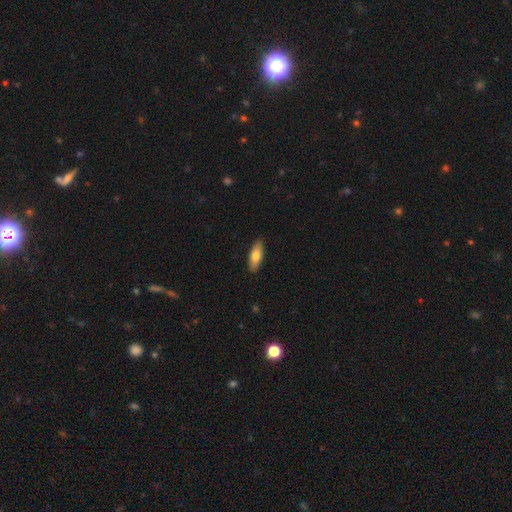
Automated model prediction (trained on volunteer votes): A smooth galaxy with no disk features (76%) that is in between round and cigar-shaped (71%). Merging: none (89%).